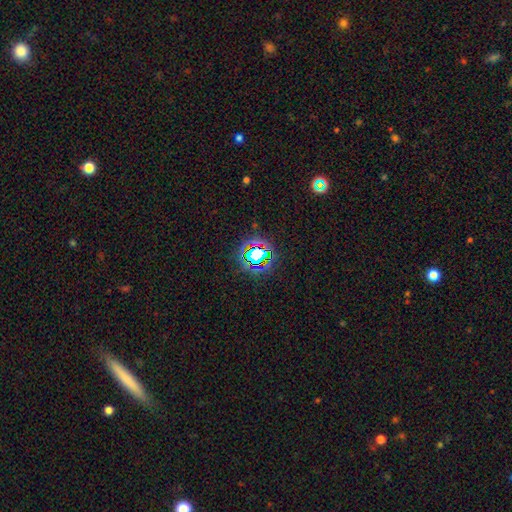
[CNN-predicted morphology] type=star or artifact (67%).